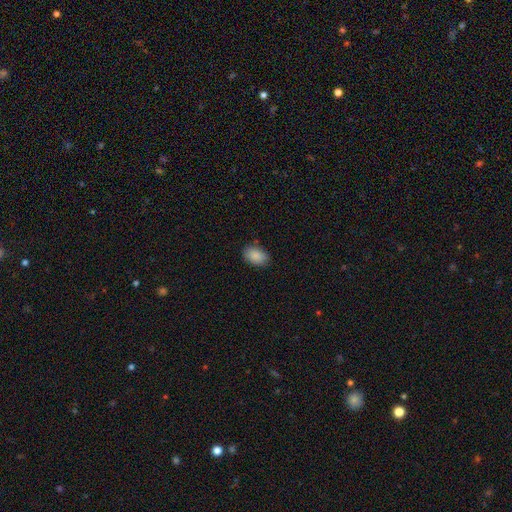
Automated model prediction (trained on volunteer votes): smooth_or_featured: smooth (p=0.89) [alt: star or artifact p=0.07]
how_rounded: in between (p=0.88) [alt: round p=0.11]
merging: none (p=0.85) [alt: minor disturbance p=0.12]